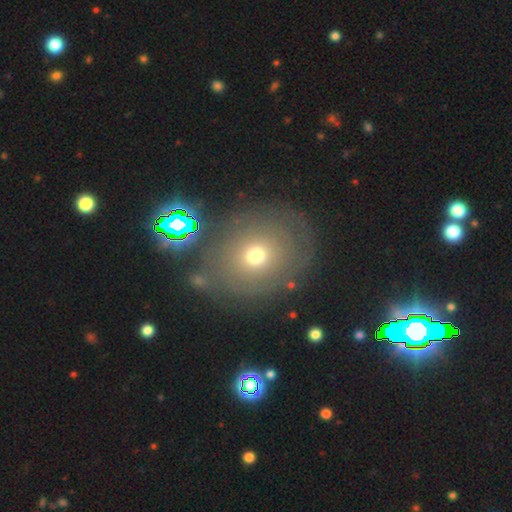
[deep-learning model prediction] Overall: smooth (50%; featured or disk 33%). How rounded: round (68%; in between 31%). Merging: none (64%).